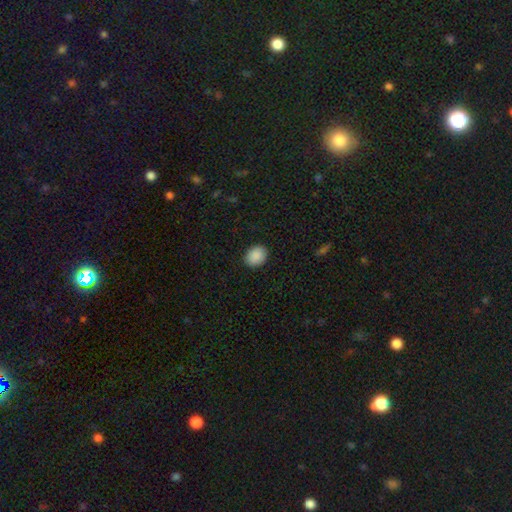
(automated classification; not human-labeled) smooth-or-featured: smooth: 90% | star or artifact: 7% | featured or disk: 3%
  how-rounded: in between: 52% | round: 47% | cigar-shaped: 1%
  merging: none: 90% | minor disturbance: 7% | major disturbance: 2% | merger: 1%